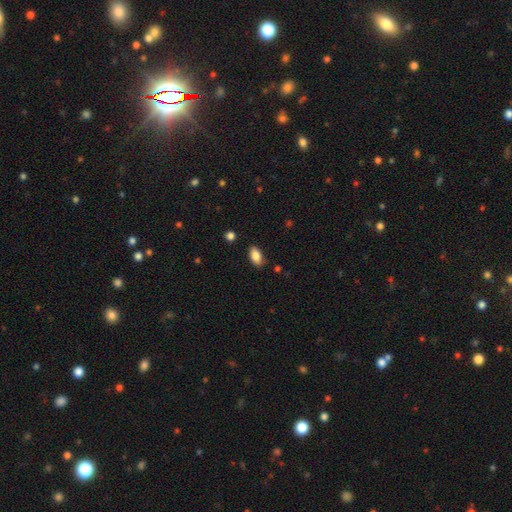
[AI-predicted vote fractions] Morphology: type=smooth (86%); roundness=in between (91%); merging=none (81%).